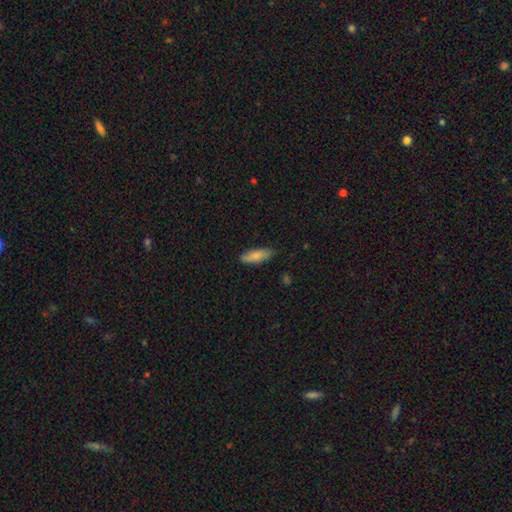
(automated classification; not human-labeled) Morphology: type=smooth (84%); roundness=in between (56%); merging=none (84%).